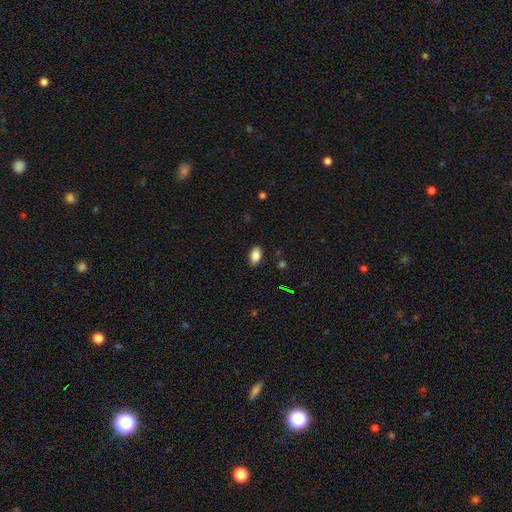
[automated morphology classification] smooth 85%, star or artifact 9%, featured or disk 6%. Down the decision tree: how rounded — in between (91%); merging — none (87%).